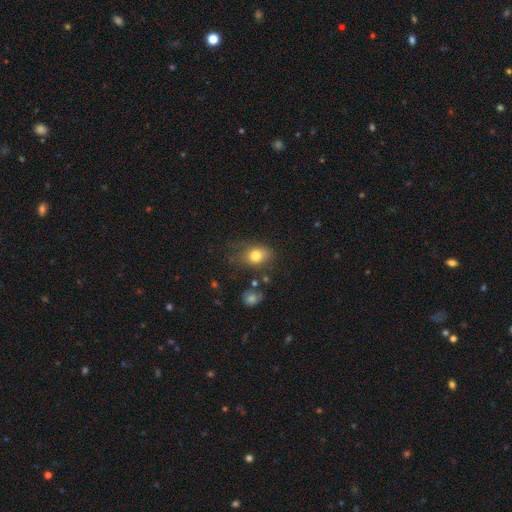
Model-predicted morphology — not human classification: A smooth galaxy with no disk features (78%) that is in between round and cigar-shaped (57%). Merging: none (59%).